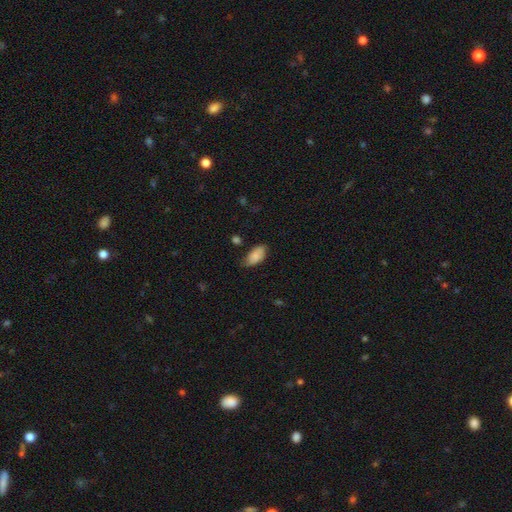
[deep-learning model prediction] Smooth or featured: smooth — 81% (featured or disk — 12%)
How rounded: in between — 92% (cigar-shaped — 5%)
Merging: none — 65% (minor disturbance — 28%)